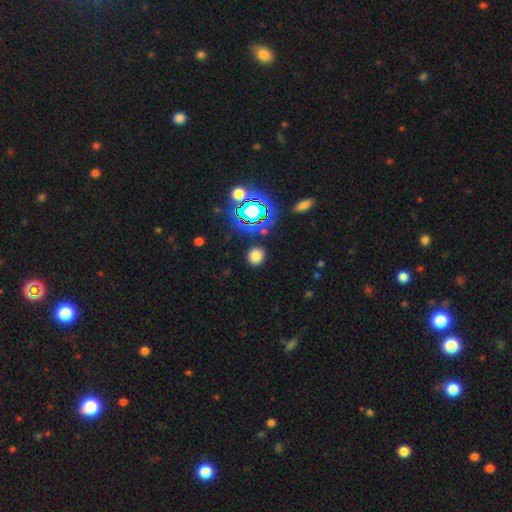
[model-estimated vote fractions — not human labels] Q: Smooth or featured?
A: smooth (73%); runner-up: star or artifact (21%)
Q: How rounded?
A: round (85%); runner-up: in between (14%)
Q: Merging?
A: none (87%); runner-up: minor disturbance (7%)